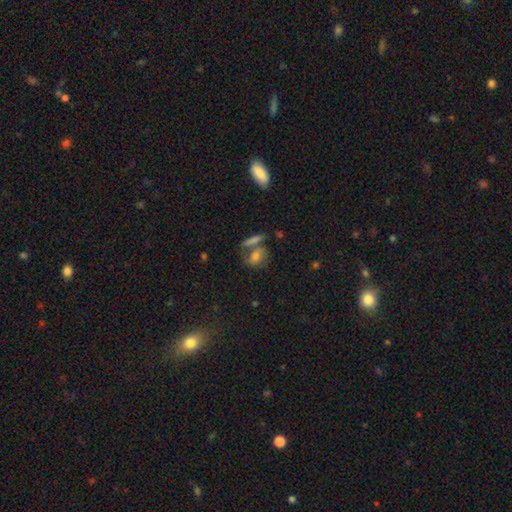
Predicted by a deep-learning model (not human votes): A smooth galaxy with no disk features (54%) that is in between round and cigar-shaped (59%).

Vote fractions:
- Smooth or featured? smooth: 54% / featured or disk: 29% / star or artifact: 17%
- How rounded? in between: 59% / round: 32% / cigar-shaped: 10%
- Merging? none: 50% / merger: 28% / minor disturbance: 14% / major disturbance: 8%